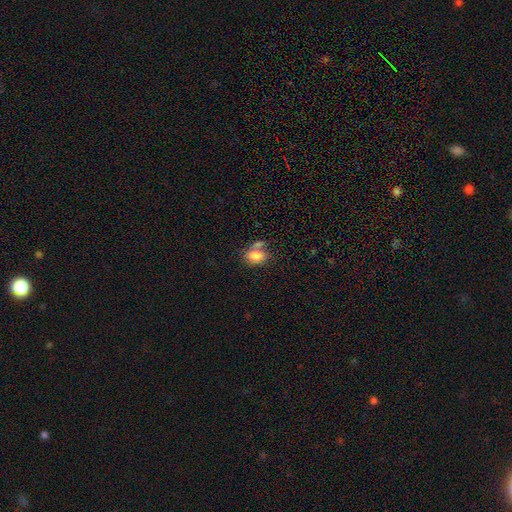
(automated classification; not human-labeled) A smooth galaxy with no disk features (81%) that is in between round and cigar-shaped (80%). Merging: none (45%).